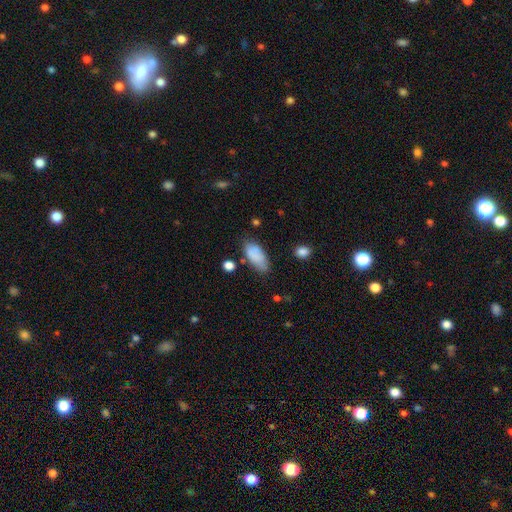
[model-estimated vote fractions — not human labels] Overall: smooth (82%). How rounded: in between (90%). Merging: none (67%).